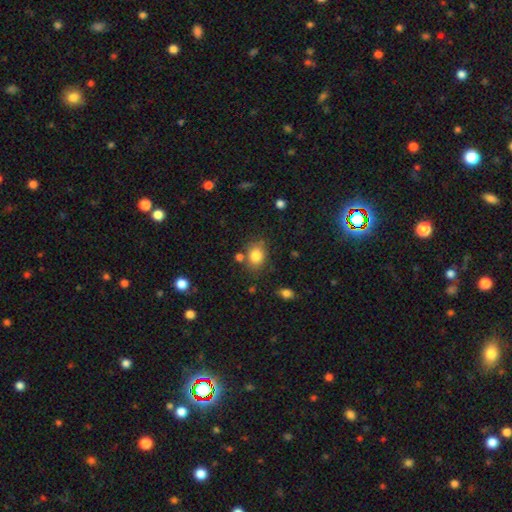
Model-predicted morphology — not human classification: A smooth galaxy with no disk features (83%) that is in between round and cigar-shaped (54%). Merging: none (73%).